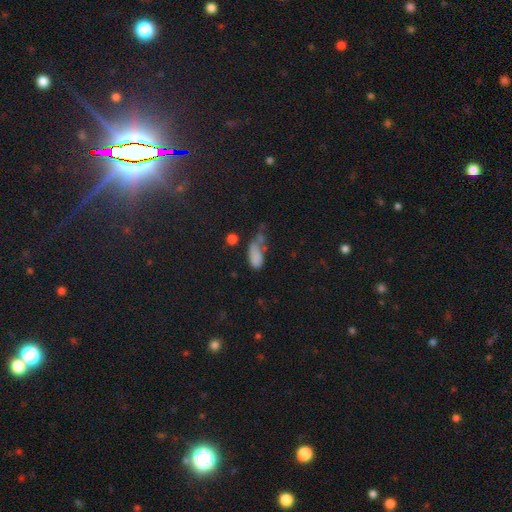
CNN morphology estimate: type=smooth (72%); roundness=in between (85%); merging=none (29%).